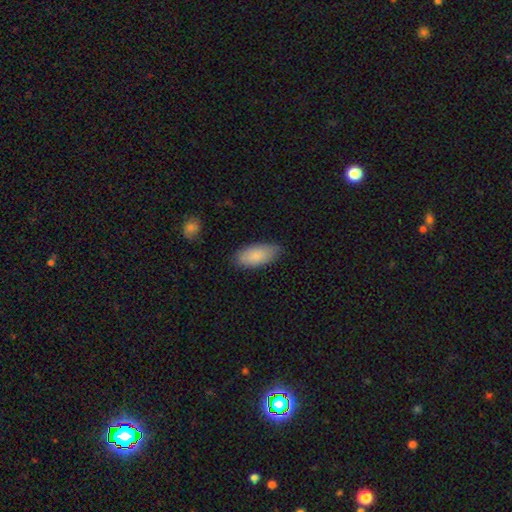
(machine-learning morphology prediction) A smooth galaxy with no disk features (87%) that is in between round and cigar-shaped (89%). Merging: none (81%).